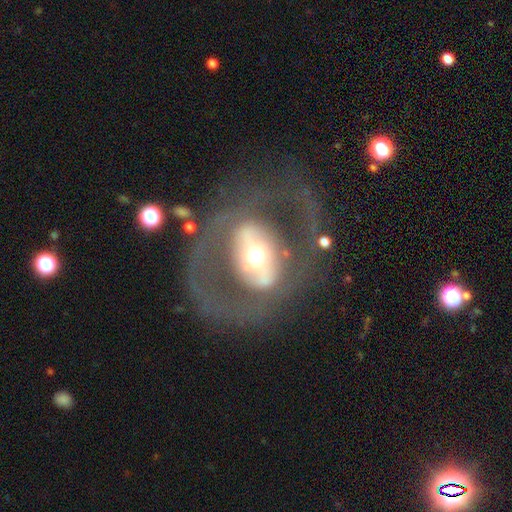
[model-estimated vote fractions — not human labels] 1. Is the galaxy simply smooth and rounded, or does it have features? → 75% featured or disk, 18% smooth, 7% star or artifact.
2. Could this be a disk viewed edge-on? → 93% no, 7% yes.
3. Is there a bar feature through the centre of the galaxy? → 41% strong, 33% no, 26% weak.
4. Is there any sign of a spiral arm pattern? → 60% no, 40% yes.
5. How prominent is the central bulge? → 62% moderate, 19% large, 14% small, 3% dominant, 1% none.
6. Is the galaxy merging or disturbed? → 63% none, 21% major disturbance, 14% minor disturbance, 3% merger.